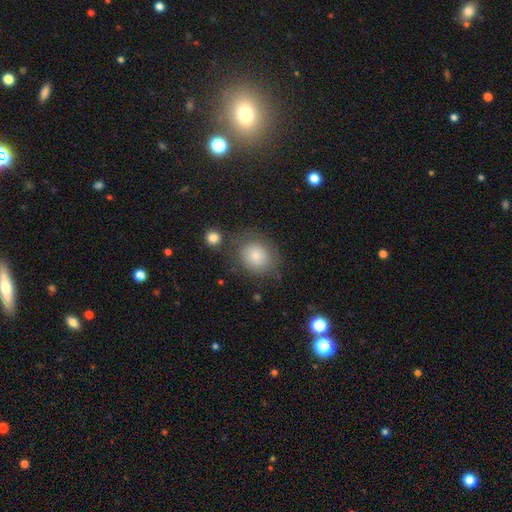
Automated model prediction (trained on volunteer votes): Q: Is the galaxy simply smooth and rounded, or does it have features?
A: smooth — 78%.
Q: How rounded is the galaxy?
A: round — 73%.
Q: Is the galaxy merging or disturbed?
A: none — 69%.